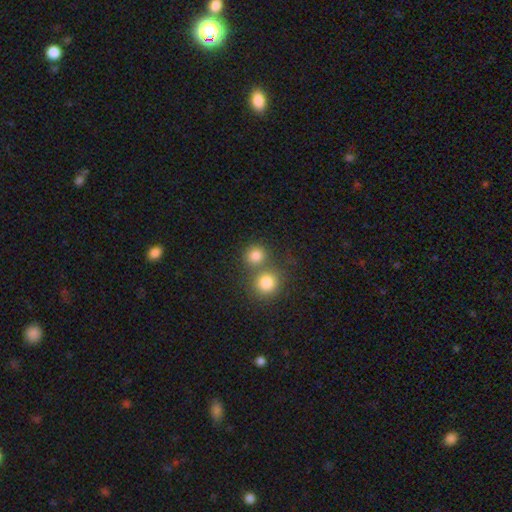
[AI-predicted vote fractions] The model was most divided on "merging": none: 58%, merger: 33%, minor disturbance: 6%, major disturbance: 3%. More confident: how rounded — round (90%); smooth or featured — smooth (81%).